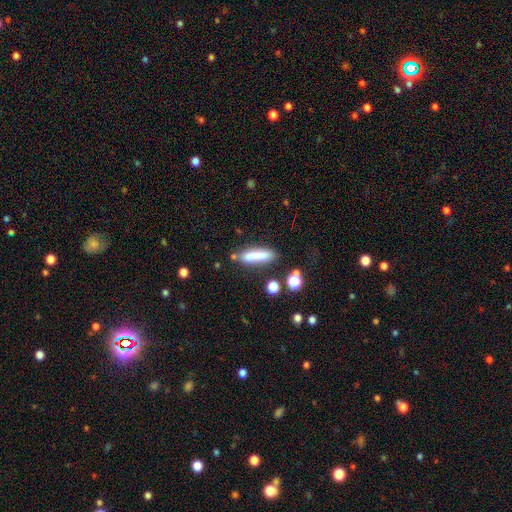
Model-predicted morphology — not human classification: Smooth or featured? Predicted: smooth (p=0.75). How rounded? Predicted: cigar-shaped (p=0.68). Merging? Predicted: none (p=0.61).